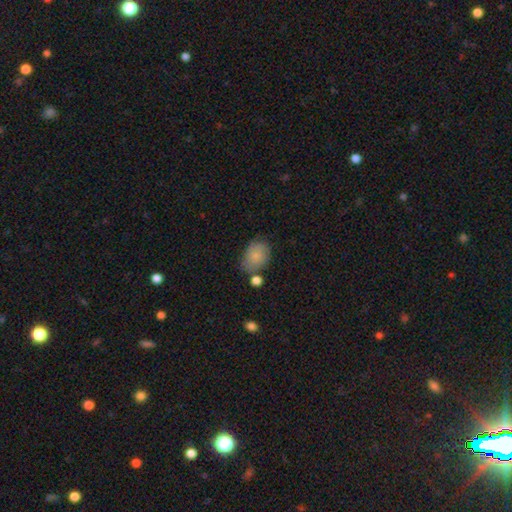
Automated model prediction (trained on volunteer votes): Smooth or featured? smooth (82%)
How rounded? in between (70%)
Merging? none (63%)